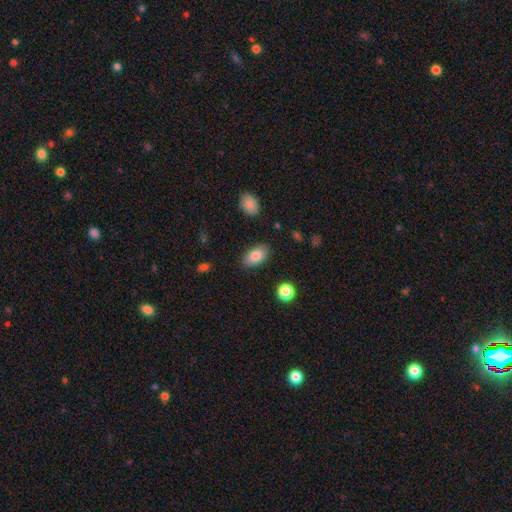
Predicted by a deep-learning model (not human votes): This appears to be a smooth galaxy with no disk features (82%) that is in between round and cigar-shaped (93%). Merging: none (86%).